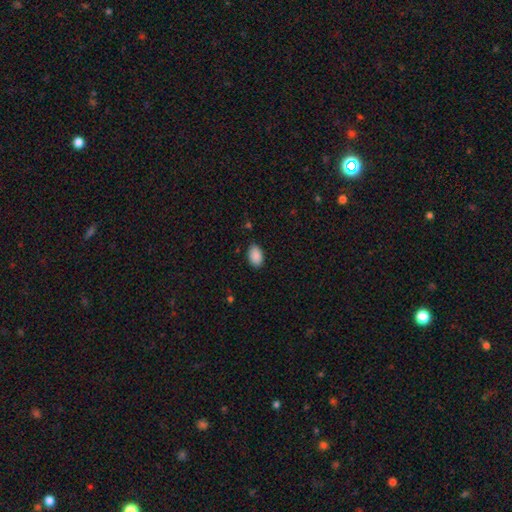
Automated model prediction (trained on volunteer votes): Overall: smooth (90%). How rounded: in between (90%). Merging: none (84%).